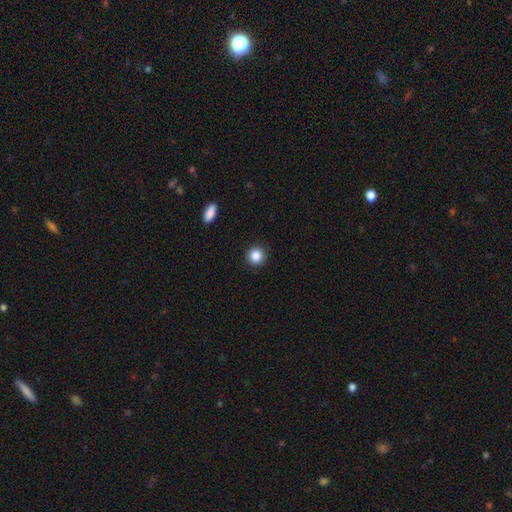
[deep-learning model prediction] smooth 86%, star or artifact 10%, featured or disk 4%. Down the decision tree: how rounded — round (91%); merging — none (91%).